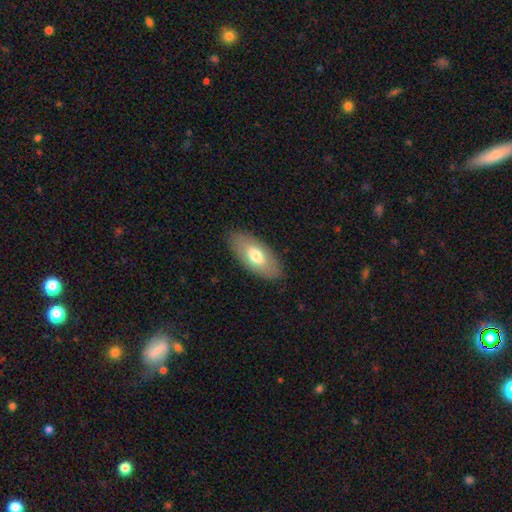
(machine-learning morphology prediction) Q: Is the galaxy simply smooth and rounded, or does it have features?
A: smooth — 70%.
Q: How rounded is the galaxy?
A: in between — 91%.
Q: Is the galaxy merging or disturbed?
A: none — 86%.